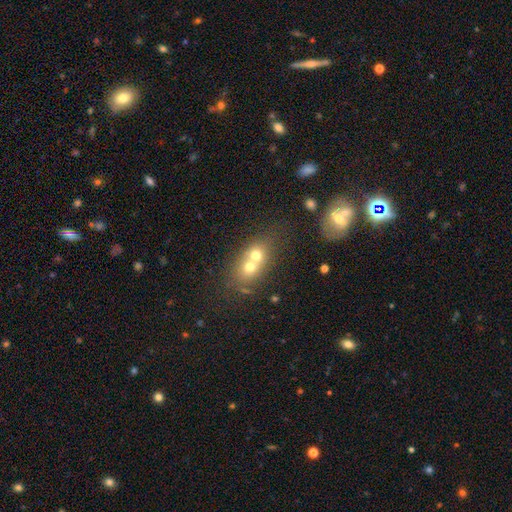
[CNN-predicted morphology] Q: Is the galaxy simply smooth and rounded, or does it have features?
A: smooth — 62%.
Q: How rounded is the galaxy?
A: round — 49%.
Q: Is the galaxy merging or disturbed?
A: merger — 70%.